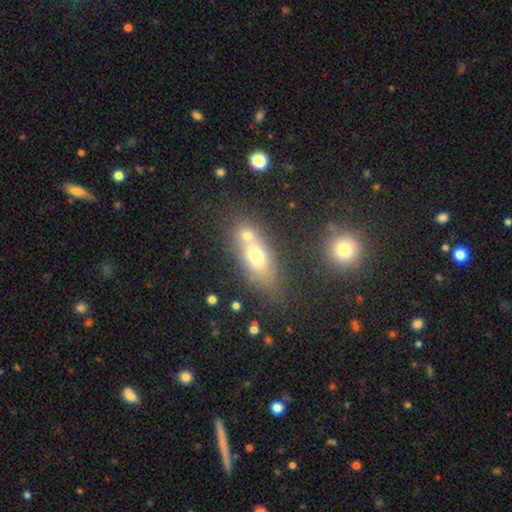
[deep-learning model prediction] Overall: smooth (62%; featured or disk 26%). How rounded: in between (65%). Merging: merger (44%; none 41%).